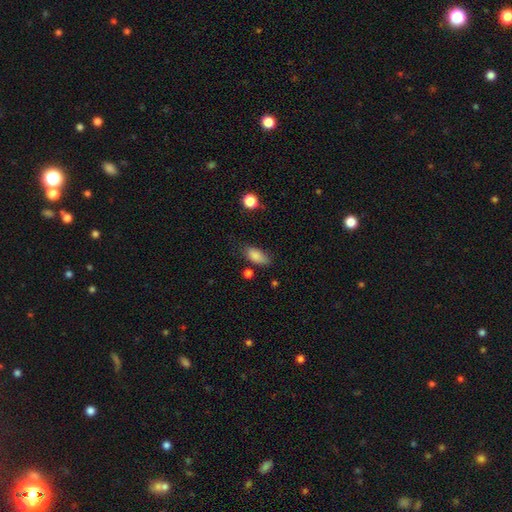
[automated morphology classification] Q: Smooth or featured?
A: smooth (84%); runner-up: star or artifact (9%)
Q: How rounded?
A: in between (85%); runner-up: cigar-shaped (11%)
Q: Merging?
A: none (67%); runner-up: minor disturbance (24%)